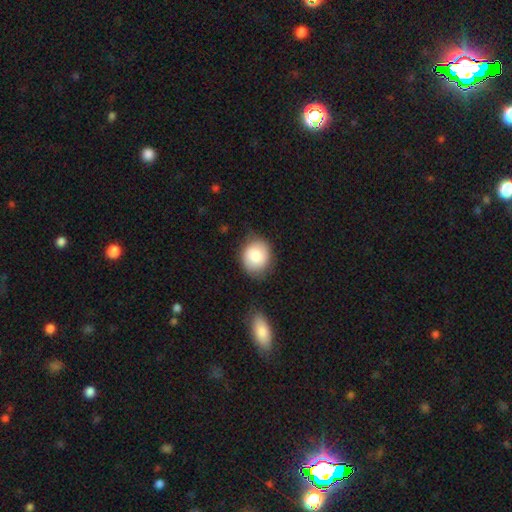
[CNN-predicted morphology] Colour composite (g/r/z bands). It shows a smooth galaxy with no disk features (81%) that is round (67%). Merging: none (76%).